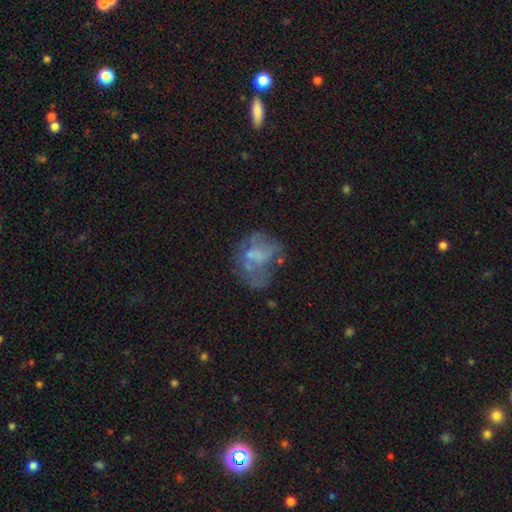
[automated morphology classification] This appears to be a featured or disk galaxy (51%). Merging: none (35%).